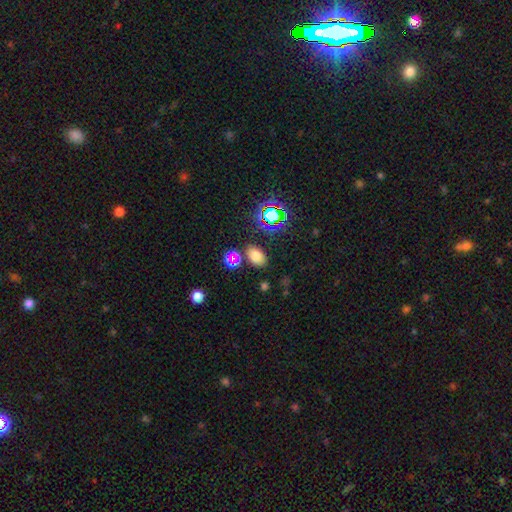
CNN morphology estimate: This is likely a smooth galaxy (69%). How rounded: clearly in between (81%). Merging: likely none (79%).